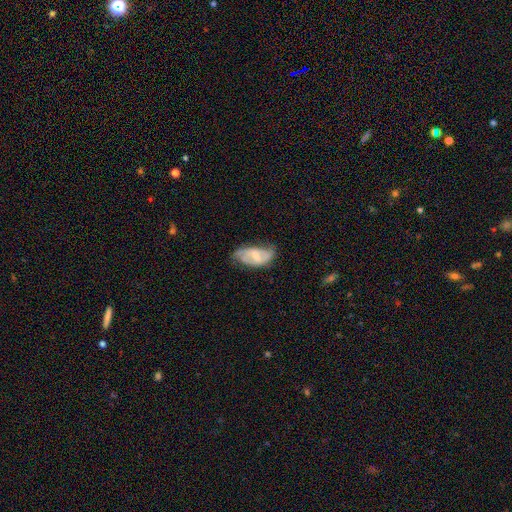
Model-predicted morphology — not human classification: This appears to be a featured or disk galaxy (54%) with a weak bar (48%), spiral arms (74%) and a small central bulge (41%). Merging: none (46%).